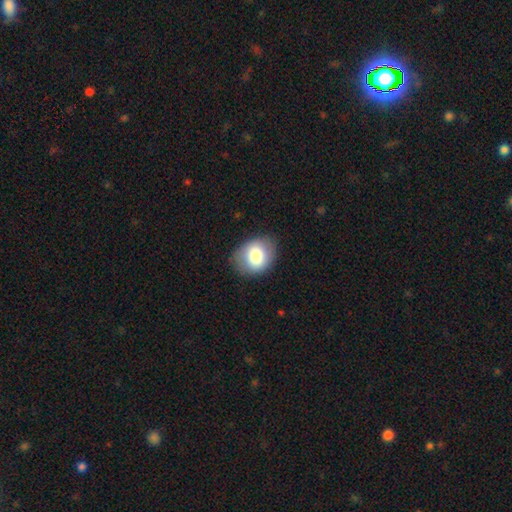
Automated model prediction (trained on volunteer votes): smooth_or_featured: smooth (p=0.80) [alt: featured or disk p=0.13]
how_rounded: in between (p=0.51) [alt: round p=0.48]
merging: none (p=0.81) [alt: minor disturbance p=0.14]